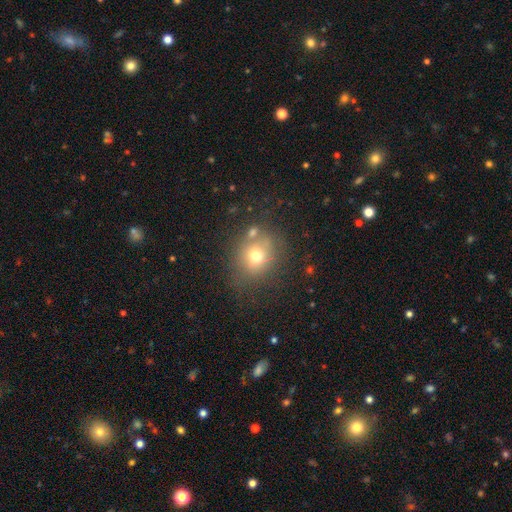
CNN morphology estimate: Smooth or featured? smooth (68%)
How rounded? round (74%)
Merging? none (66%)